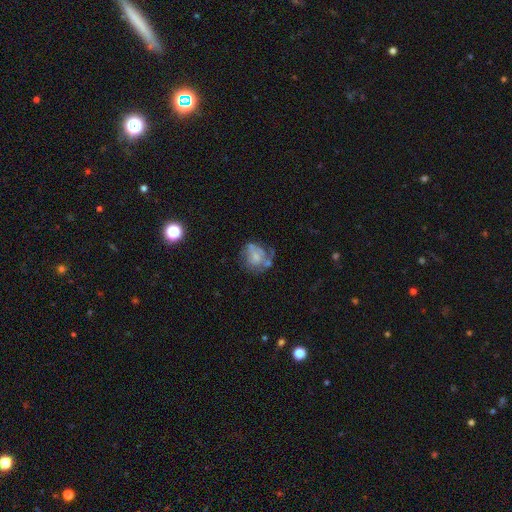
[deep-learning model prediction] Smooth or featured: featured or disk — 53% (smooth — 37%)
Edge-on disk: no — 98% (yes — 2%)
Bar: no — 78% (weak — 19%)
Spiral arms: no — 55% (yes — 45%)
Bulge size: small — 43% (moderate — 33%)
Merging: none — 40% (minor disturbance — 25%)